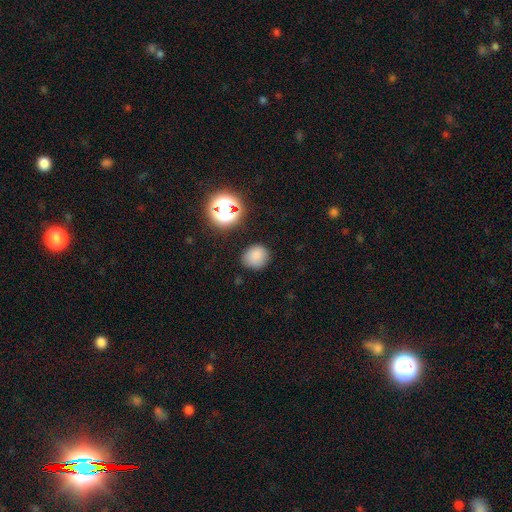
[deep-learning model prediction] A smooth galaxy with no disk features (81%) that is round (79%). Merging: none (81%).